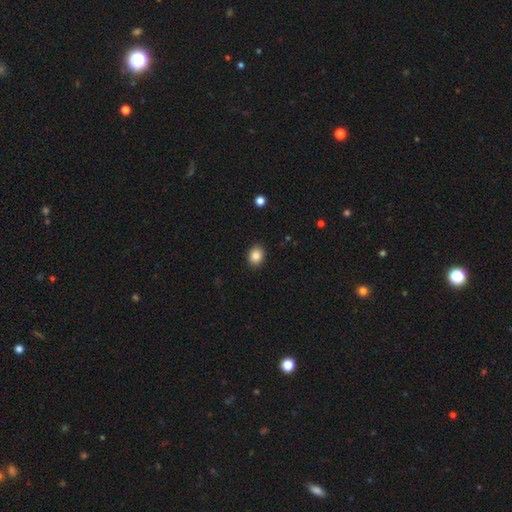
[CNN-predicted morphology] type=smooth (86%); roundness=round (55%); merging=none (89%).